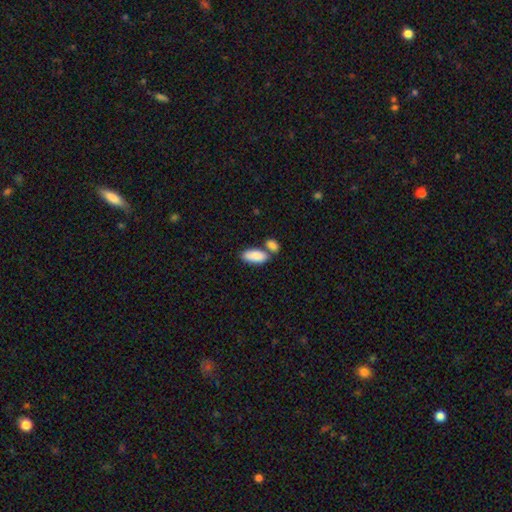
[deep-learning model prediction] Morphology: type=smooth (87%); roundness=in between (90%); merging=none (51%).